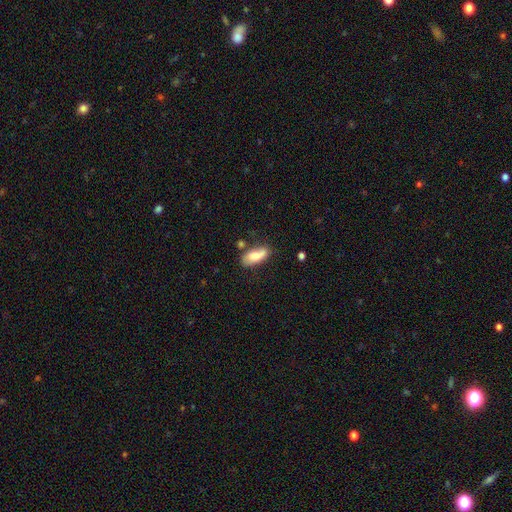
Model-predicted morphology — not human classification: smooth_or_featured: smooth (p=0.74) [alt: featured or disk p=0.19]
how_rounded: in between (p=0.82) [alt: cigar-shaped p=0.16]
merging: none (p=0.53) [alt: minor disturbance p=0.26]